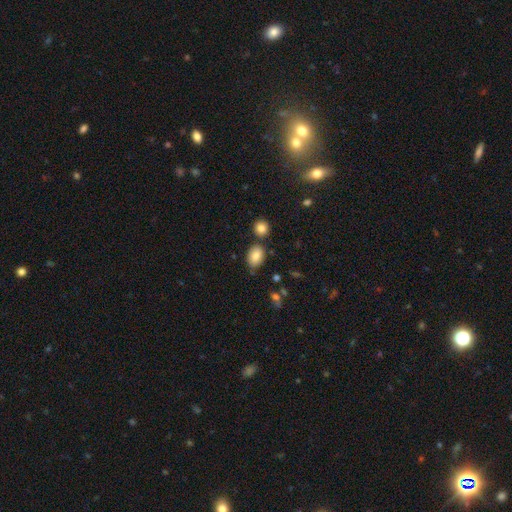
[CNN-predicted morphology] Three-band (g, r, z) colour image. It shows a smooth galaxy with no disk features (84%) that is in between round and cigar-shaped (82%). Merging: none (71%).